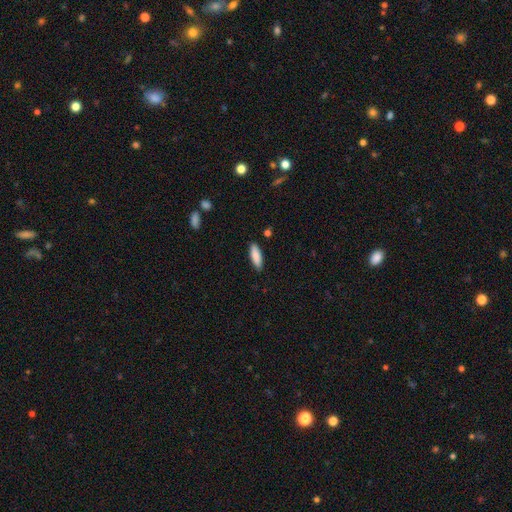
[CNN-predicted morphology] type=smooth (87%); roundness=in between (56%); merging=none (87%).